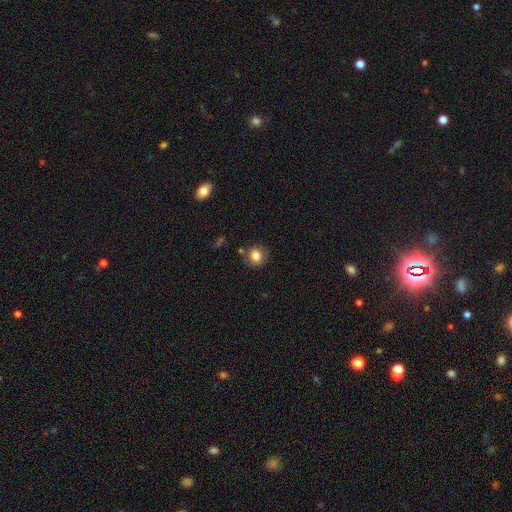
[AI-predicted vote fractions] Smooth or featured?
  - smooth: 83% *
  - star or artifact: 10%
  - featured or disk: 7%
How rounded?
  - round: 86% *
  - in between: 13%
  - cigar-shaped: 1%
Merging?
  - none: 82% *
  - minor disturbance: 12%
  - merger: 4%
  - major disturbance: 3%